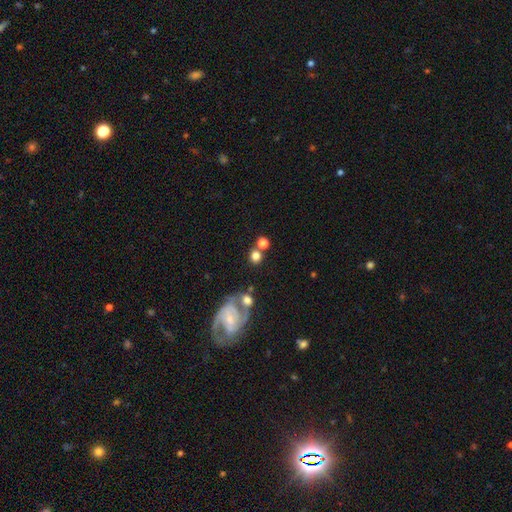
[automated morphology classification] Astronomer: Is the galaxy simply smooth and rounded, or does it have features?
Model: smooth — 72%.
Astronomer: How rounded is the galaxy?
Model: round — 84%.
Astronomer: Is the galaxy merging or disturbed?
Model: none — 62%.